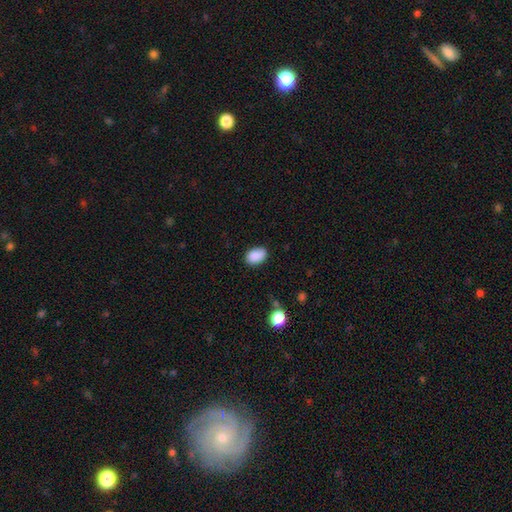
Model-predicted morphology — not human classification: Smooth or featured: smooth — 88% (star or artifact — 8%)
How rounded: in between — 84% (round — 15%)
Merging: none — 79% (minor disturbance — 16%)